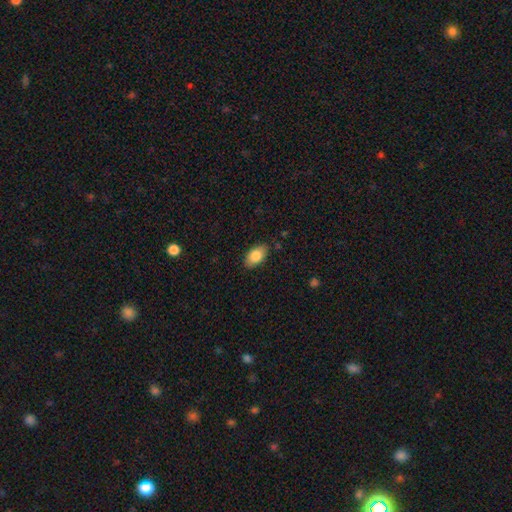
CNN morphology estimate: Smooth or featured?
  - smooth: 82% *
  - featured or disk: 11%
  - star or artifact: 7%
How rounded?
  - in between: 93% *
  - round: 5%
  - cigar-shaped: 2%
Merging?
  - none: 85% *
  - minor disturbance: 11%
  - major disturbance: 2%
  - merger: 1%